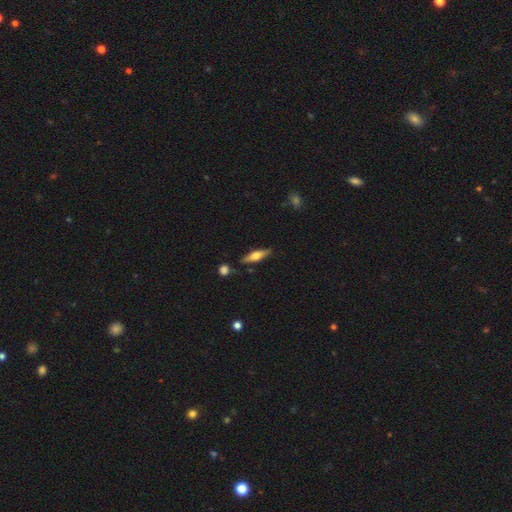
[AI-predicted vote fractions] smooth-or-featured: featured or disk: 49% | smooth: 45% | star or artifact: 6%
  merging: none: 82% | minor disturbance: 11% | merger: 4% | major disturbance: 3%